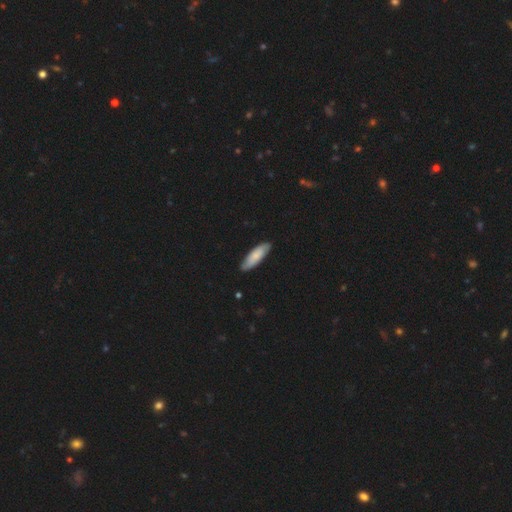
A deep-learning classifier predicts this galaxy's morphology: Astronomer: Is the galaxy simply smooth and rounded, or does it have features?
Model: smooth — 74%.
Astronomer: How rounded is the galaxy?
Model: cigar-shaped — 51% (runner-up: in between, 47%).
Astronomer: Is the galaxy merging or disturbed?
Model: none — 85%.